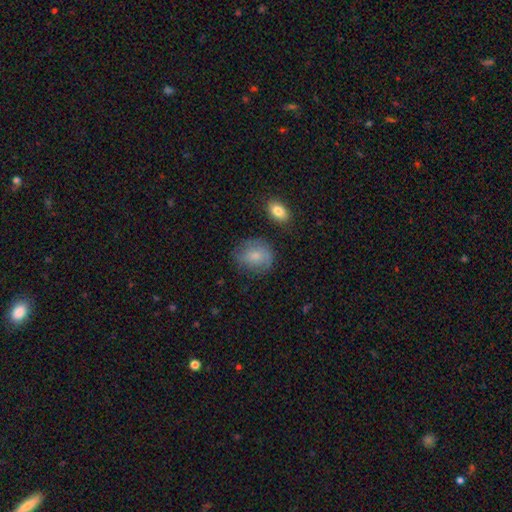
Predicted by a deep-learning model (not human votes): This appears to be a smooth galaxy with no disk features (69%) that is round (59%). Merging: none (65%).